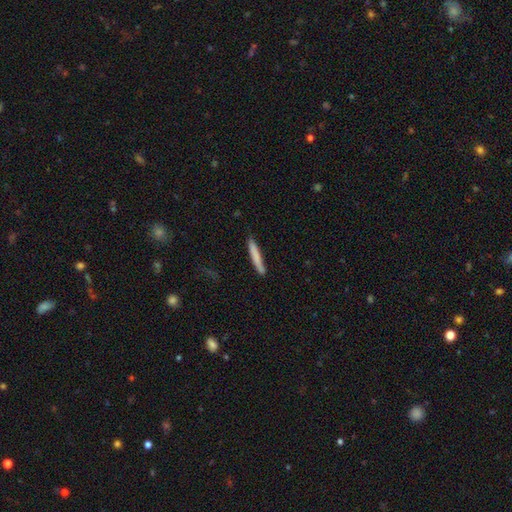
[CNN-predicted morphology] This is likely a smooth galaxy (78%). How rounded: clearly cigar-shaped (95%). Merging: clearly none (85%).